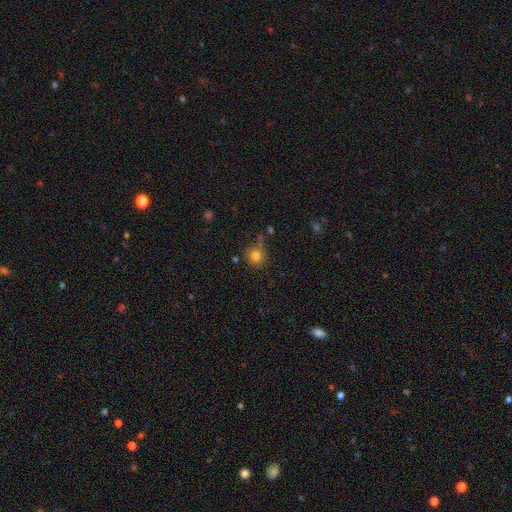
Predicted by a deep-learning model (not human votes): A smooth galaxy with no disk features (80%) that is round (88%). Merging: none (75%).